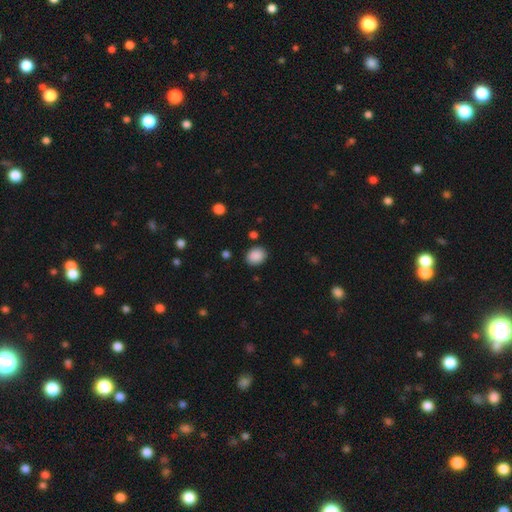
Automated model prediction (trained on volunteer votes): smooth-or-featured: smooth: 88% | star or artifact: 8% | featured or disk: 3%
  how-rounded: round: 52% | in between: 47% | cigar-shaped: 1%
  merging: none: 85% | minor disturbance: 10% | major disturbance: 3% | merger: 2%